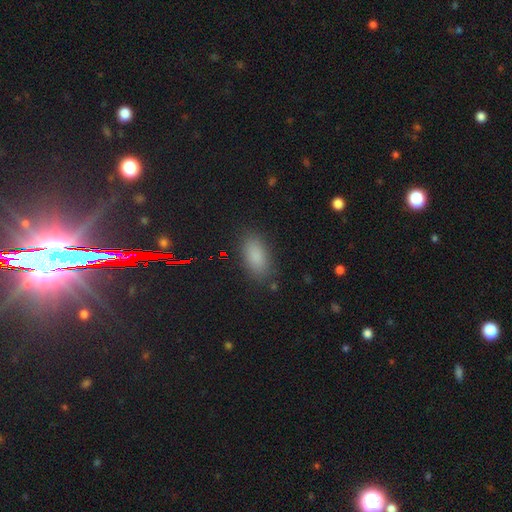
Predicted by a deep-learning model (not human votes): The model was most divided on "smooth or featured": smooth: 84%, star or artifact: 11%, featured or disk: 5%. More confident: how rounded — in between (89%); merging — none (85%).